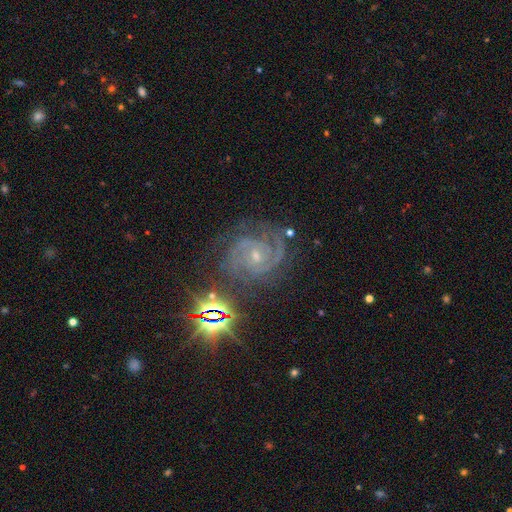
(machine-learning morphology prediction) This is clearly a featured or disk galaxy (81%). It is clearly not viewed edge-on (98%). Bar: likely no (64%). Spiral arm pattern: clearly yes (98%). Spiral arm count: possibly 2 (47%). Spiral winding: likely tight (66%). Central bulge: likely small (68%). Merging: likely none (74%).